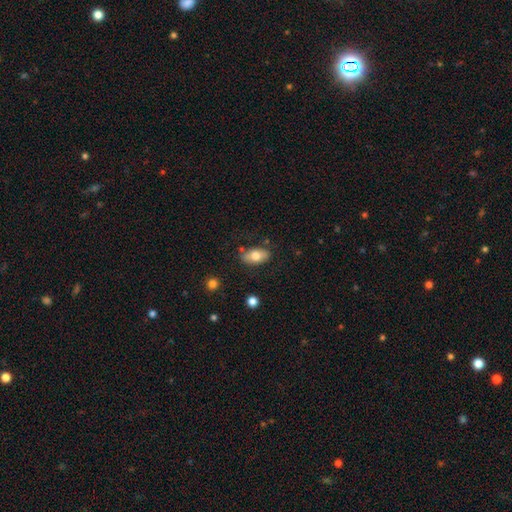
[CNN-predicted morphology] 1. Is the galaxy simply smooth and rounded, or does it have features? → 73% smooth, 20% featured or disk, 7% star or artifact.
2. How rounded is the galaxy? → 91% in between, 6% round, 3% cigar-shaped.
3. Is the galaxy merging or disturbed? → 79% none, 14% minor disturbance, 4% major disturbance, 3% merger.